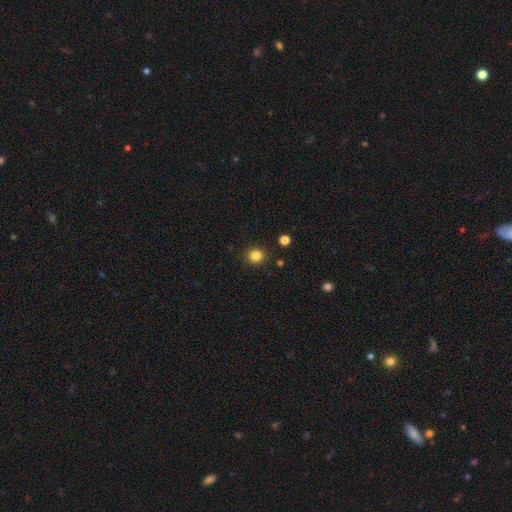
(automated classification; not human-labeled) This appears to be a smooth galaxy with no disk features (84%) that is round (88%). Merging: none (90%).